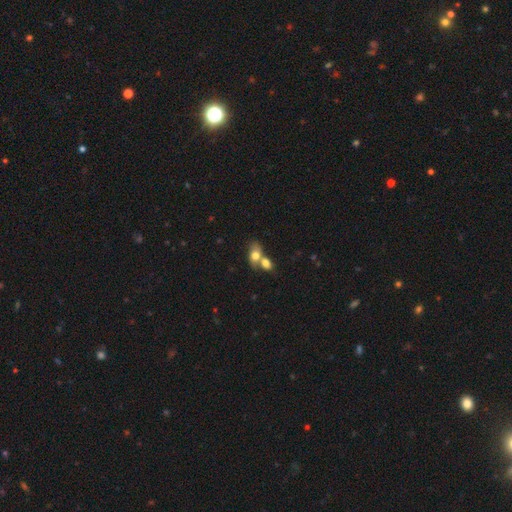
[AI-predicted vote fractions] This is likely a smooth galaxy (73%). How rounded: likely in between (76%). Merging: likely merger (65%).